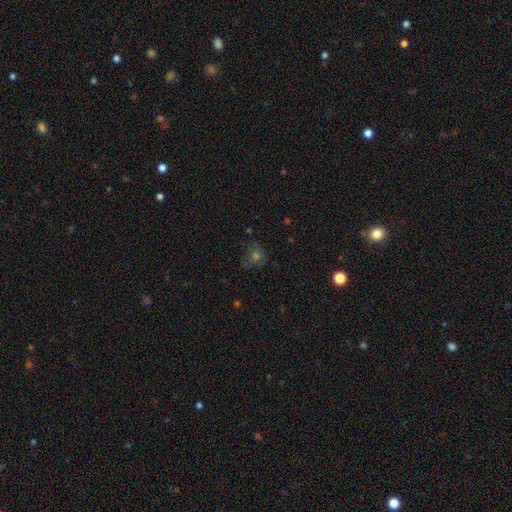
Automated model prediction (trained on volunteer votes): This appears to be a smooth galaxy with no disk features (49%). Merging: none (65%).